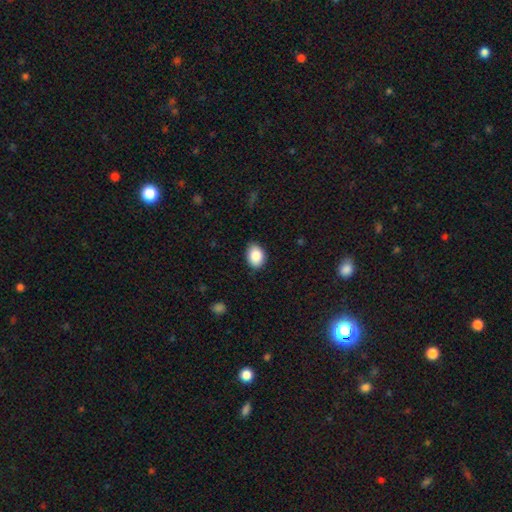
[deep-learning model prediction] smooth-or-featured: smooth: 89% | star or artifact: 7% | featured or disk: 4%
  how-rounded: in between: 74% | round: 25% | cigar-shaped: 1%
  merging: none: 81% | minor disturbance: 15% | major disturbance: 2% | merger: 1%